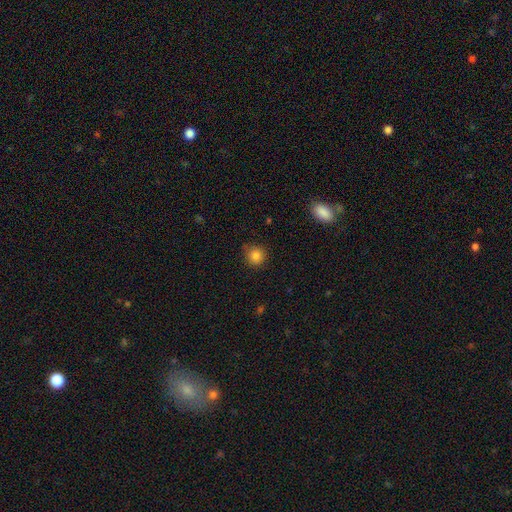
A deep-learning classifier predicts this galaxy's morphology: Q: Smooth or featured?
A: smooth (85%); runner-up: star or artifact (11%)
Q: How rounded?
A: round (93%); runner-up: in between (6%)
Q: Merging?
A: none (84%); runner-up: minor disturbance (12%)